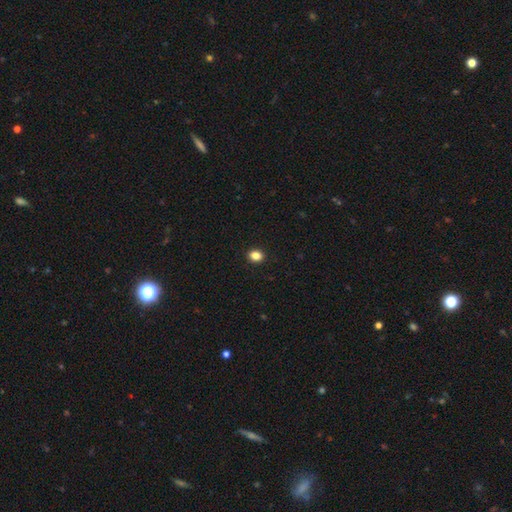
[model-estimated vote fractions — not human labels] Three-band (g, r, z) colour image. It shows a smooth galaxy with no disk features (86%) that is round (51%). Merging: none (92%).